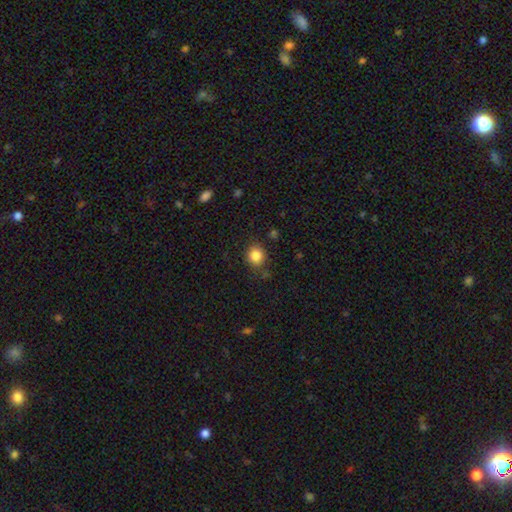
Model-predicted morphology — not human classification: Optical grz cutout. It shows a smooth galaxy with no disk features (85%) that is round (83%). Merging: none (82%).